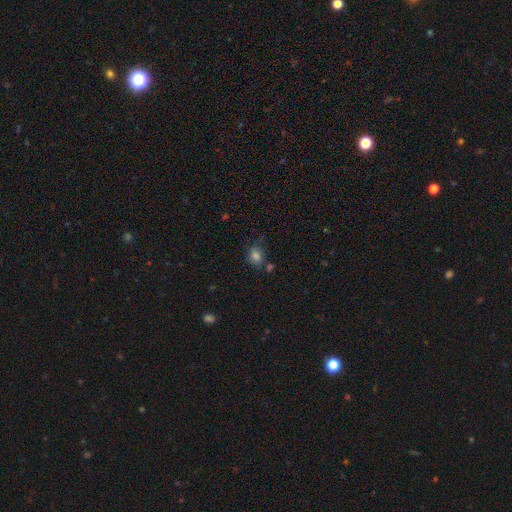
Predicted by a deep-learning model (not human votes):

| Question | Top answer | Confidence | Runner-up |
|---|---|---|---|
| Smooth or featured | smooth | 78% | star or artifact (15%) |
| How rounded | in between | 49% | tied: round (49%) |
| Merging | none | 66% | minor disturbance (18%) |